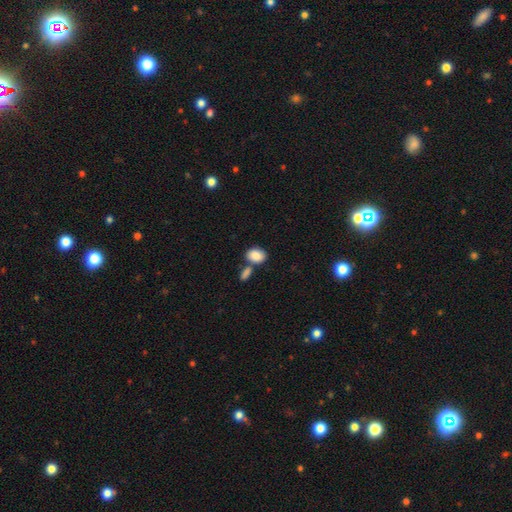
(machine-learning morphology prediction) smooth_or_featured: smooth (p=0.87) [alt: star or artifact p=0.07]
how_rounded: in between (p=0.75) [alt: round p=0.23]
merging: none (p=0.54) [alt: merger p=0.31]